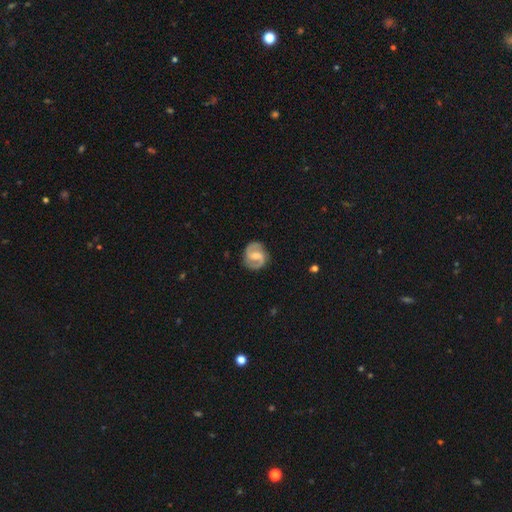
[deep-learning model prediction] This is clearly a featured or disk galaxy (87%). It is clearly not viewed edge-on (98%). Bar: possibly weak (53%). Spiral arm pattern: clearly yes (97%). Spiral arm count: clearly 2 (93%). Spiral winding: possibly medium (57%). Central bulge: marginally moderate (42%). Merging: clearly none (85%).